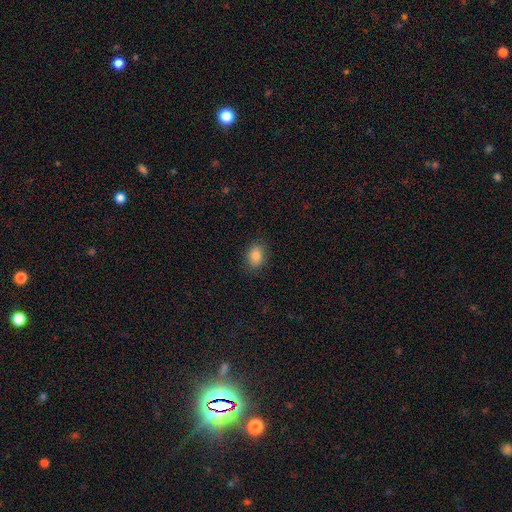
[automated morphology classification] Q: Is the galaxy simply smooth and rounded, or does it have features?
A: smooth — 84%.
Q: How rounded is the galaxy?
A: in between — 70%.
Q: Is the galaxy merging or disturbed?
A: none — 86%.